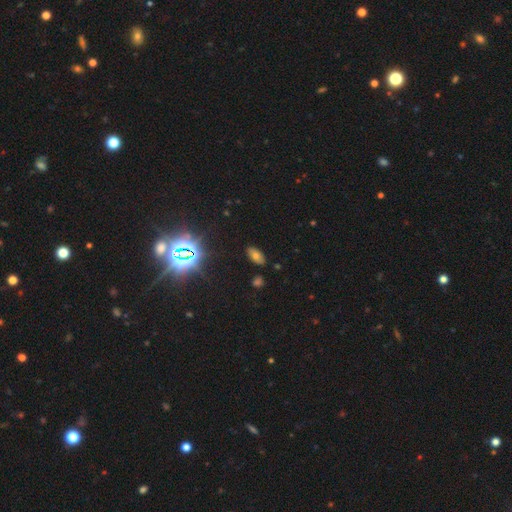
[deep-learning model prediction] A smooth galaxy with no disk features (54%) that is in between round and cigar-shaped (88%).

Vote fractions:
- Smooth or featured? smooth: 54% / star or artifact: 32% / featured or disk: 14%
- How rounded? in between: 88% / cigar-shaped: 6% / round: 5%
- Merging? none: 86% / minor disturbance: 9% / major disturbance: 3% / merger: 2%